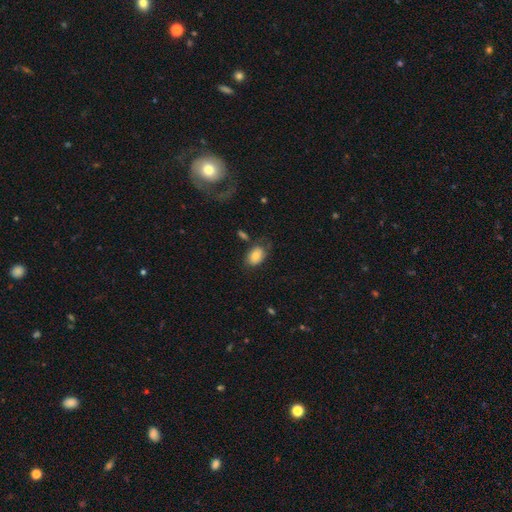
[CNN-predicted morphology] Smooth or featured? smooth (77%)
How rounded? in between (86%)
Merging? none (62%)